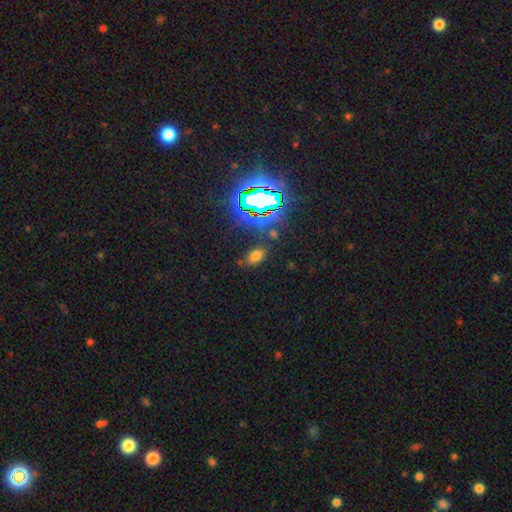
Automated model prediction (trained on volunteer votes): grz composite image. It shows a smooth galaxy with no disk features (59%) that is in between round and cigar-shaped (88%). Merging: none (78%).